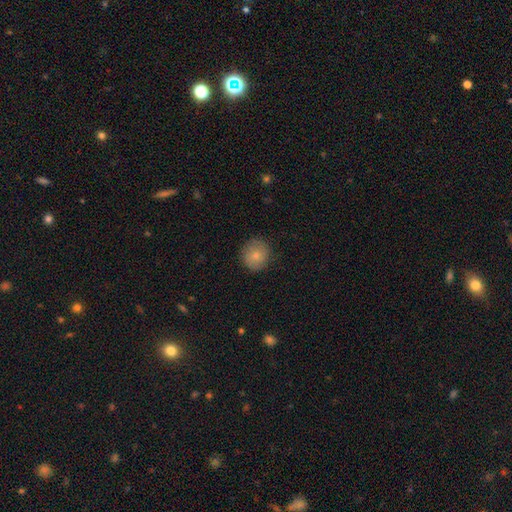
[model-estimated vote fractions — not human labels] A smooth galaxy with no disk features (78%) that is round (89%). Merging: none (85%).